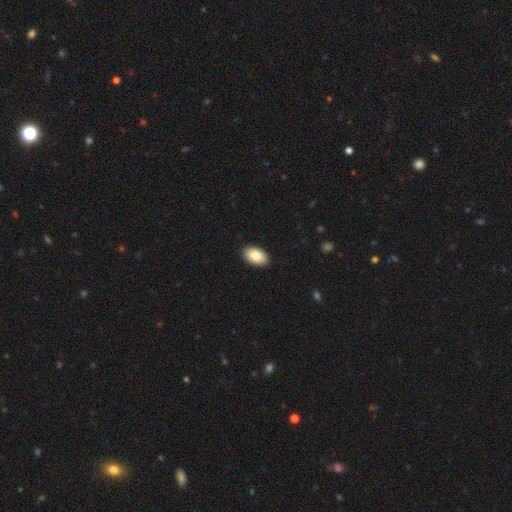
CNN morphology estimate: Smooth or featured? smooth (86%)
How rounded? in between (94%)
Merging? none (91%)